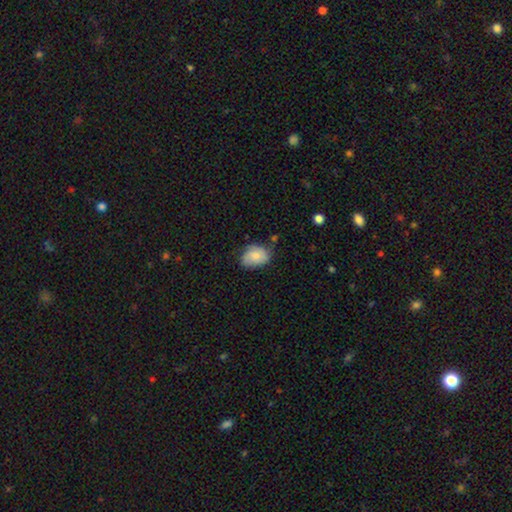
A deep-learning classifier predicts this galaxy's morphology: Q: Smooth or featured?
A: smooth (78%); runner-up: featured or disk (14%)
Q: How rounded?
A: in between (77%); runner-up: round (22%)
Q: Merging?
A: none (60%); runner-up: minor disturbance (31%)